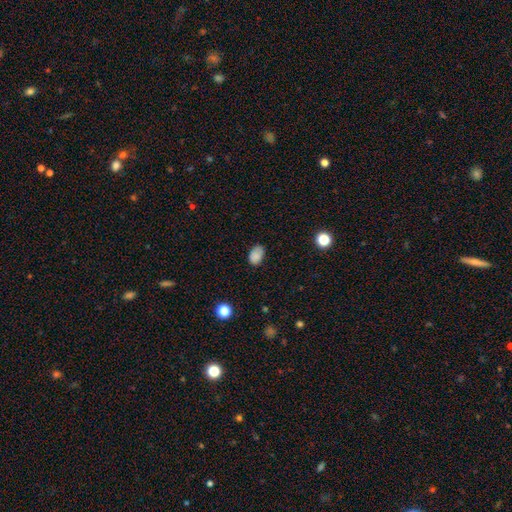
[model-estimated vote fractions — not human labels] This is clearly a smooth galaxy (84%). How rounded: clearly in between (84%). Merging: likely none (75%).